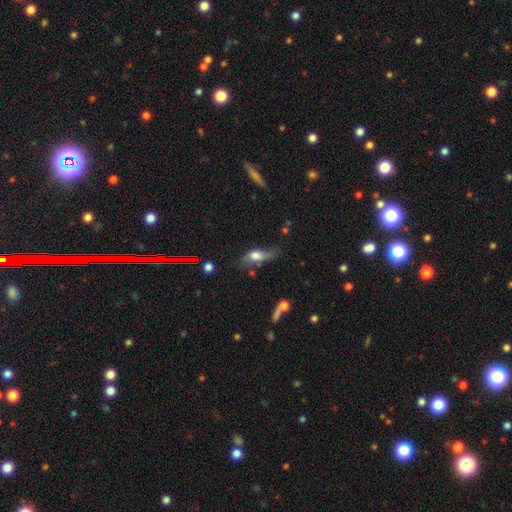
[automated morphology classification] type=smooth (57%); roundness=in between (77%); merging=none (33%).